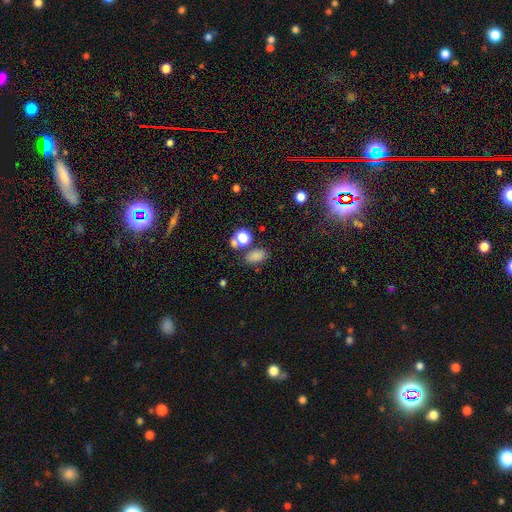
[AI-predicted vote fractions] smooth 78%, star or artifact 16%, featured or disk 6%. Down the decision tree: how rounded — in between (84%); merging — none (71%).